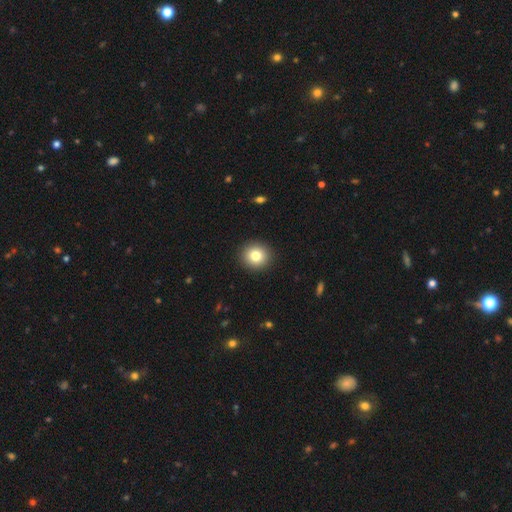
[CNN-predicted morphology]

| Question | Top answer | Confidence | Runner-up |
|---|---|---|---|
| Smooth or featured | smooth | 81% | star or artifact (10%) |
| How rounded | round | 90% | in between (9%) |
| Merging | none | 92% | minor disturbance (5%) |